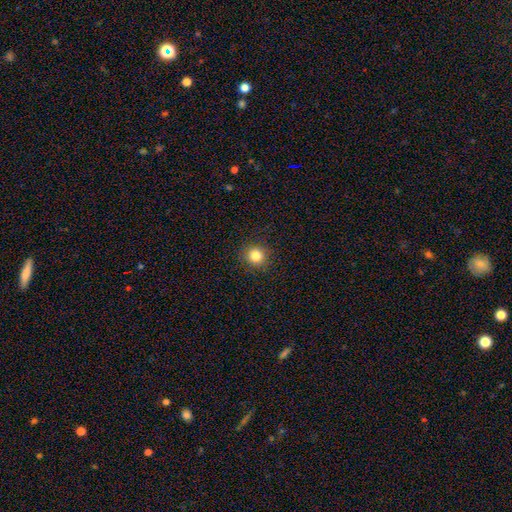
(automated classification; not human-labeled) Smooth or featured? Predicted: smooth (p=0.83). How rounded? Predicted: round (p=0.93). Merging? Predicted: none (p=0.91).